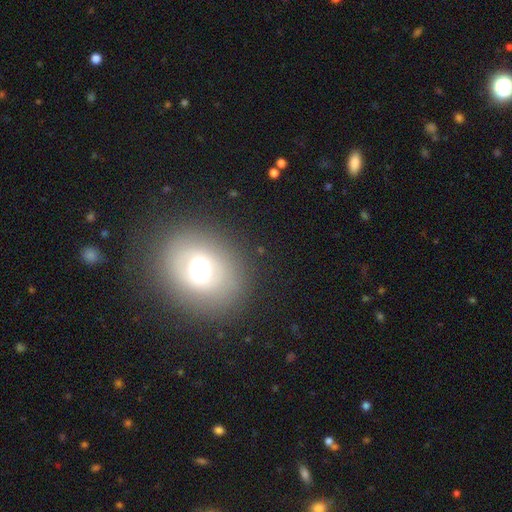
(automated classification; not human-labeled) Smooth or featured: smooth — 58% (featured or disk — 23%)
How rounded: round — 58% (in between — 40%)
Merging: none — 87% (minor disturbance — 8%)